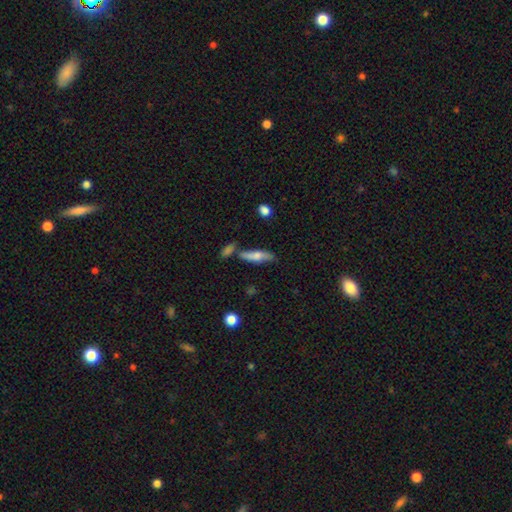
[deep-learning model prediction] smooth 62%, featured or disk 32%, star or artifact 7%. Down the decision tree: how rounded — cigar-shaped (60%); merging — none (61%).